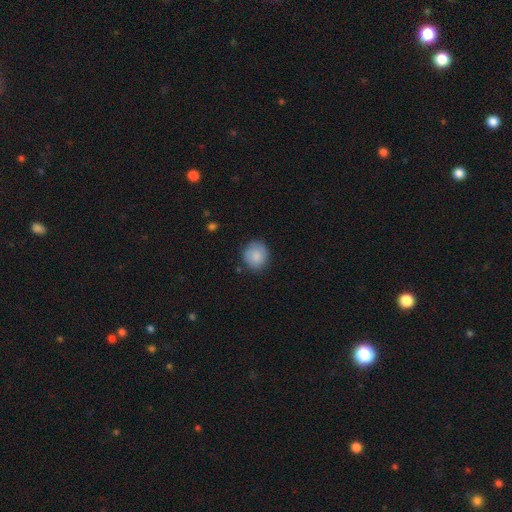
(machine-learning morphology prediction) smooth_or_featured: smooth (p=0.84) [alt: featured or disk p=0.09]
how_rounded: round (p=0.85) [alt: in between p=0.14]
merging: none (p=0.80) [alt: minor disturbance p=0.15]